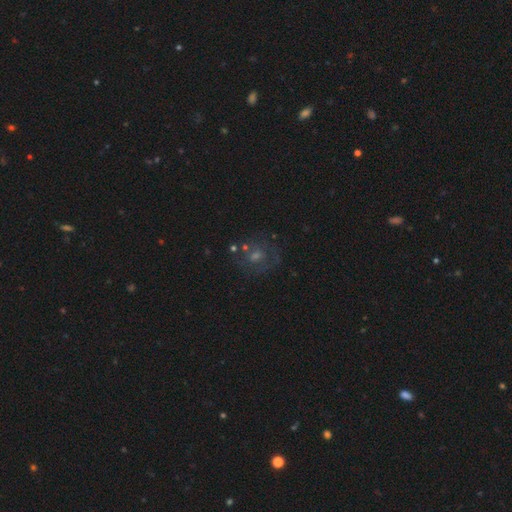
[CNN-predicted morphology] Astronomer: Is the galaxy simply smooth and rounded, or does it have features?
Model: featured or disk — 48% (runner-up: star or artifact, 26%).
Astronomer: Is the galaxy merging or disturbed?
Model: none — 68%.